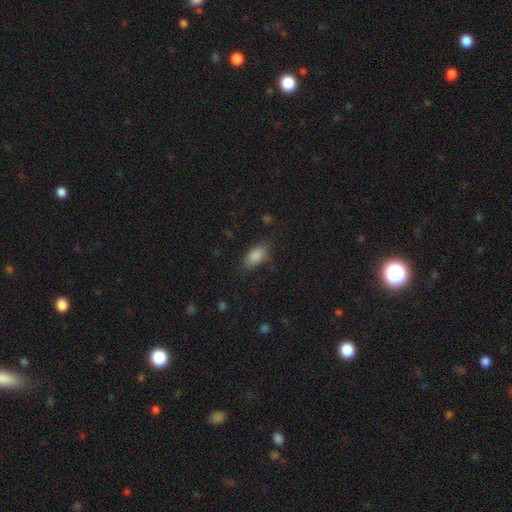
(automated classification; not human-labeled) Overall: smooth (87%). How rounded: in between (91%). Merging: none (79%).